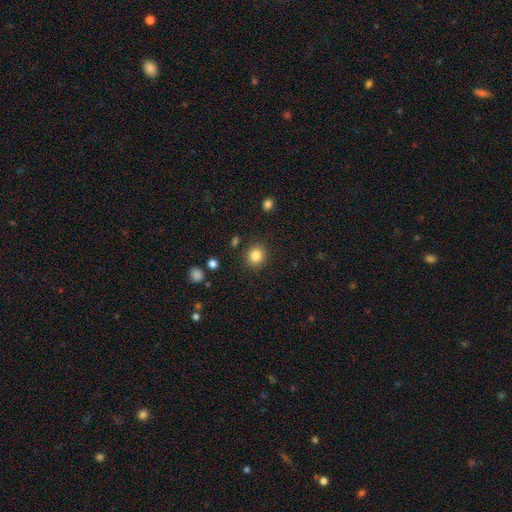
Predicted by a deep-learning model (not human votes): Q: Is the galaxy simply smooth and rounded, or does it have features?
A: smooth — 84%.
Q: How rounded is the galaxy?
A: round — 87%.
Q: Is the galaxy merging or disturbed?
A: none — 89%.